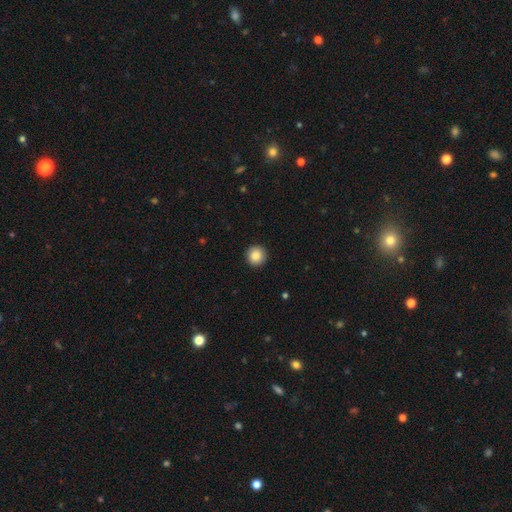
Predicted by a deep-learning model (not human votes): Smooth or featured? smooth (88%)
How rounded? round (95%)
Merging? none (93%)